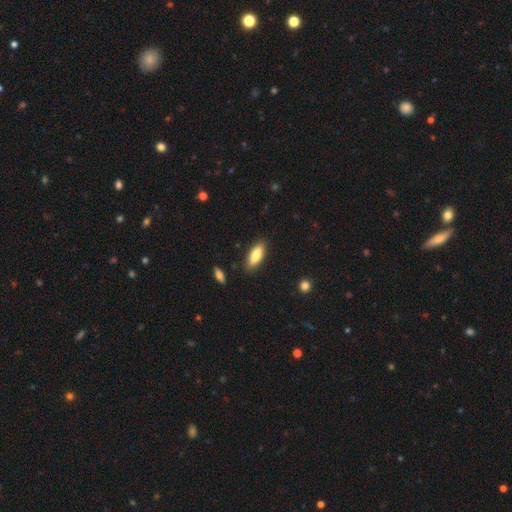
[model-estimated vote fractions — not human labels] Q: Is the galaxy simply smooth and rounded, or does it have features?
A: smooth — 82%.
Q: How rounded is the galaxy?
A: in between — 65%.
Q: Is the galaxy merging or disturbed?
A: none — 86%.